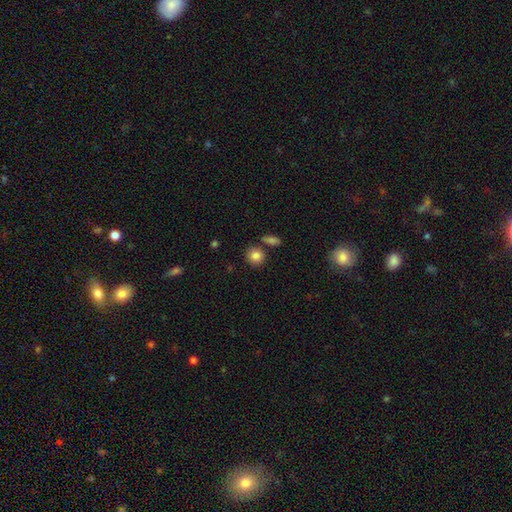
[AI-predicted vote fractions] Smooth or featured?
  - smooth: 84% *
  - star or artifact: 9%
  - featured or disk: 6%
How rounded?
  - round: 84% *
  - in between: 14%
  - cigar-shaped: 1%
Merging?
  - none: 77% *
  - merger: 11%
  - minor disturbance: 10%
  - major disturbance: 3%